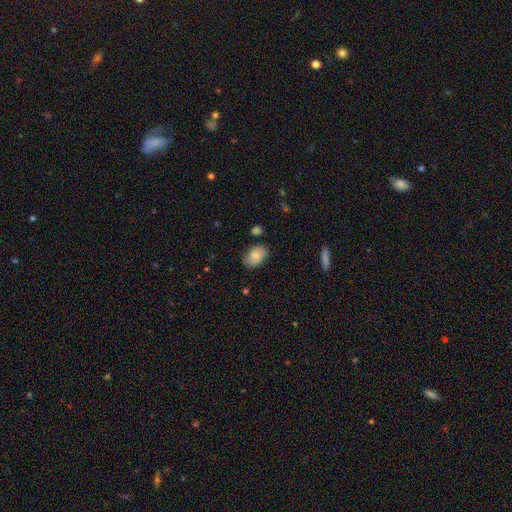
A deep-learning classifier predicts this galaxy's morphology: This is likely a smooth galaxy (69%). How rounded: clearly in between (87%). Merging: likely none (77%).